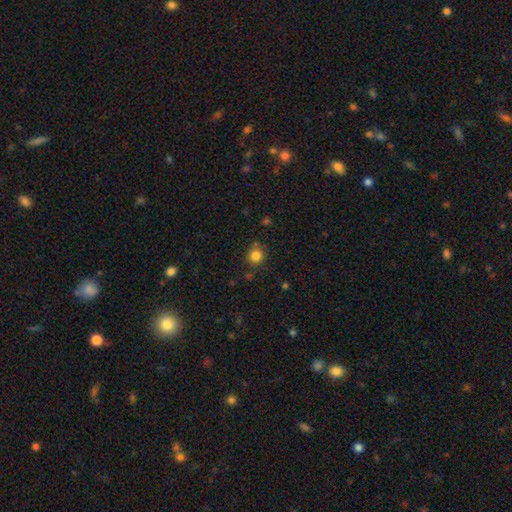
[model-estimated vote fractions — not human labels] Overall: smooth (83%). How rounded: round (90%). Merging: none (78%).